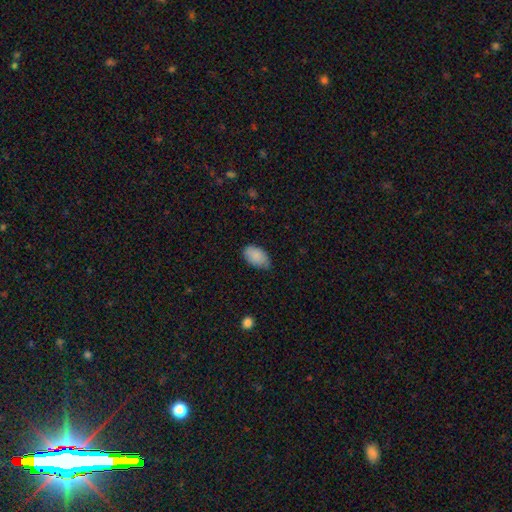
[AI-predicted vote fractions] Morphology: type=smooth (88%); roundness=in between (94%); merging=none (70%).